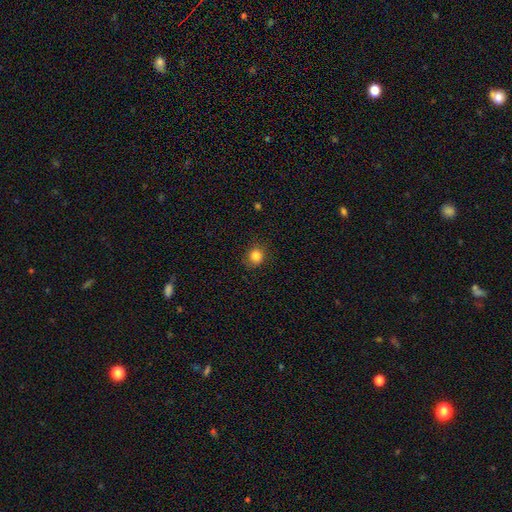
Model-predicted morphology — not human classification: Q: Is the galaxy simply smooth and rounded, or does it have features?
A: smooth — 83%.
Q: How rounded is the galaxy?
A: round — 83%.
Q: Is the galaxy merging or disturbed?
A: none — 85%.